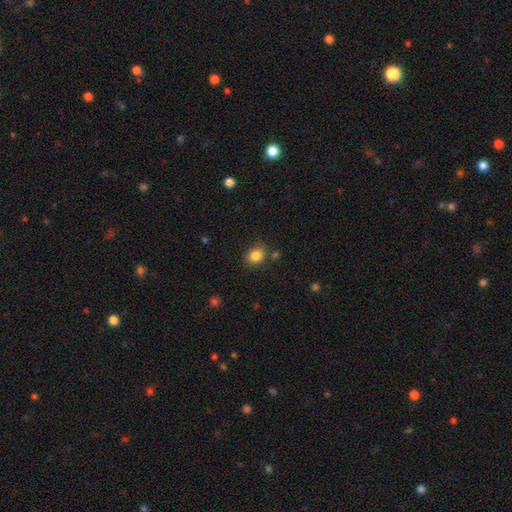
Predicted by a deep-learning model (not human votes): Smooth or featured? Predicted: smooth (p=0.85). How rounded? Predicted: round (p=0.68). Merging? Predicted: none (p=0.80).